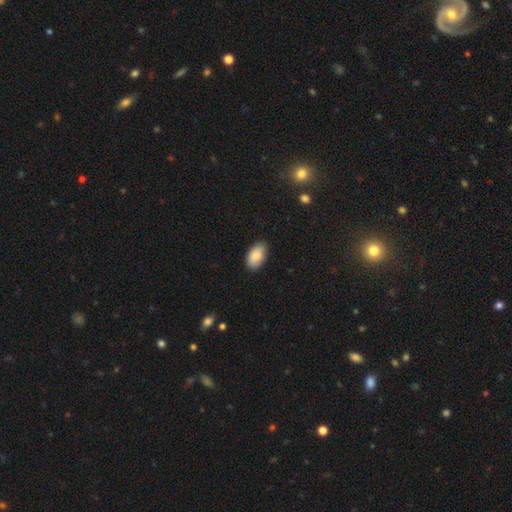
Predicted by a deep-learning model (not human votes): Smooth or featured? Predicted: smooth (p=0.88). How rounded? Predicted: in between (p=0.95). Merging? Predicted: none (p=0.85).